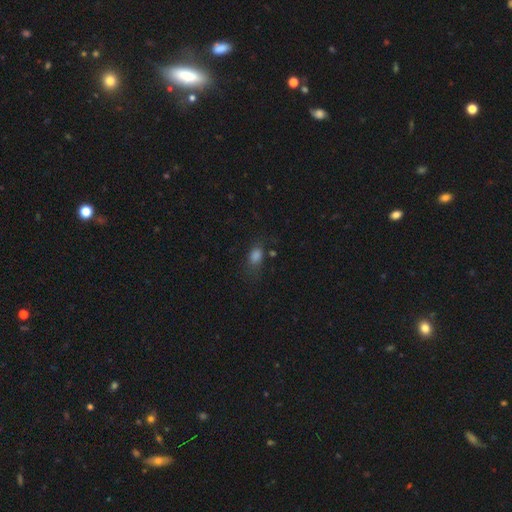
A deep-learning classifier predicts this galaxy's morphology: Q: Smooth or featured?
A: smooth (71%); runner-up: star or artifact (20%)
Q: How rounded?
A: in between (72%); runner-up: round (22%)
Q: Merging?
A: none (64%); runner-up: minor disturbance (20%)